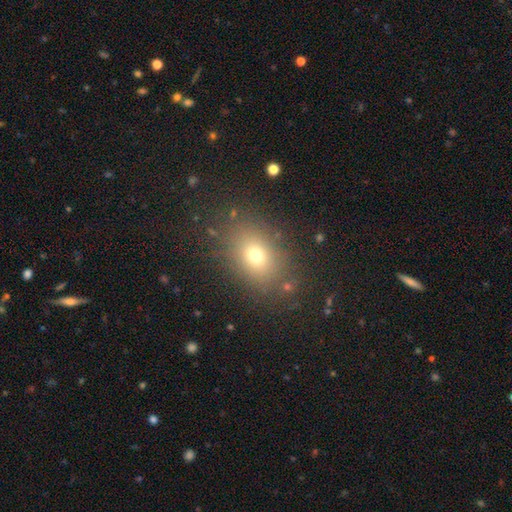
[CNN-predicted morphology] A smooth galaxy with no disk features (69%) that is in between round and cigar-shaped (67%). Merging: none (82%).